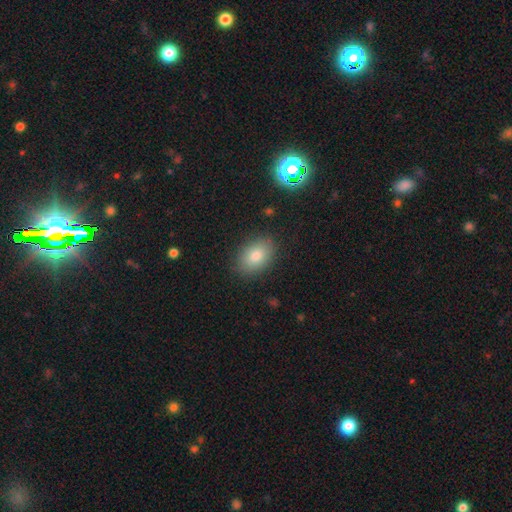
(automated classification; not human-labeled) Smooth or featured? smooth (80%)
How rounded? in between (82%)
Merging? none (87%)